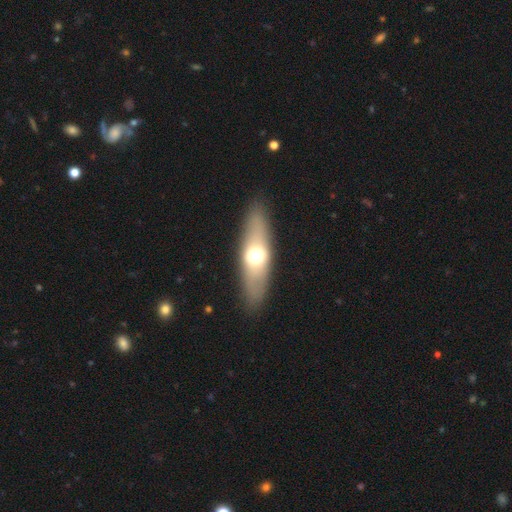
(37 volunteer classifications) This is possibly a smooth galaxy (59%). How rounded: possibly in between (55%). Merging: clearly none (86%).